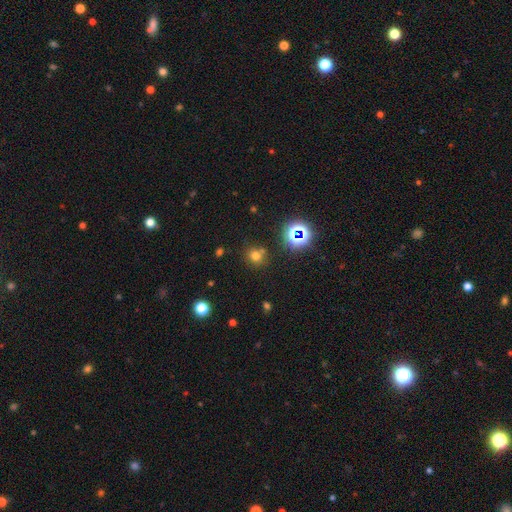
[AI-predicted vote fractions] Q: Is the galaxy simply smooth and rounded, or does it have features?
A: smooth — 66%.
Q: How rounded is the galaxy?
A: round — 87%.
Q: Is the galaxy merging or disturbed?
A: none — 73%.